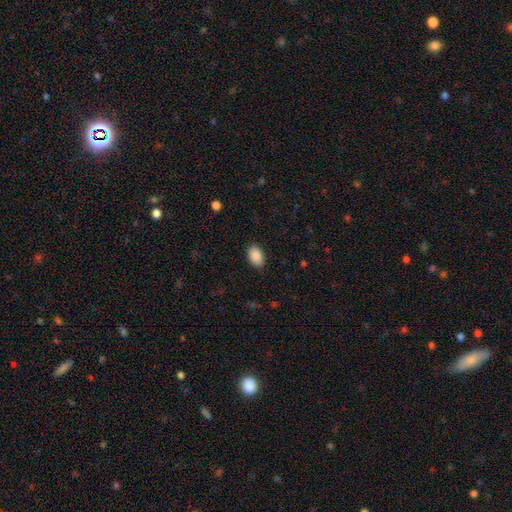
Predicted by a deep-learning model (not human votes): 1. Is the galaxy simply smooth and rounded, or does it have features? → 90% smooth, 7% star or artifact, 3% featured or disk.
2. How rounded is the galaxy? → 92% in between, 7% round, 1% cigar-shaped.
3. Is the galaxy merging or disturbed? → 88% none, 9% minor disturbance, 2% major disturbance, 1% merger.